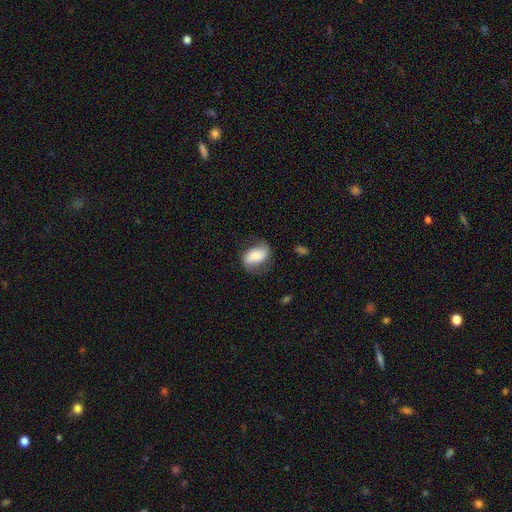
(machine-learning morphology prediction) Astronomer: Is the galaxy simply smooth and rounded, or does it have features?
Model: smooth — 48% (runner-up: featured or disk, 44%).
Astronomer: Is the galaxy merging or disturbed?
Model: none — 68%.